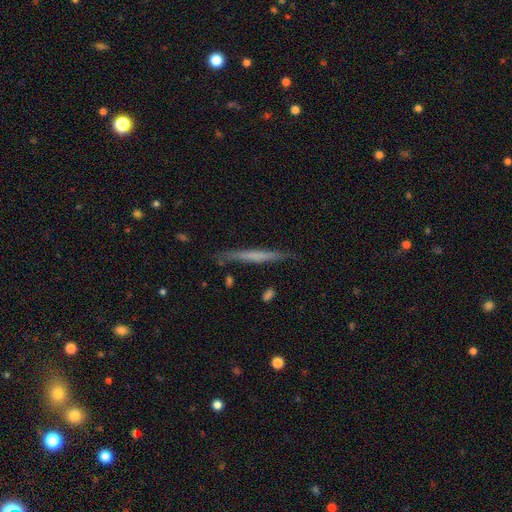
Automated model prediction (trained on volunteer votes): Morphology: type=smooth (50%); merging=none (85%).